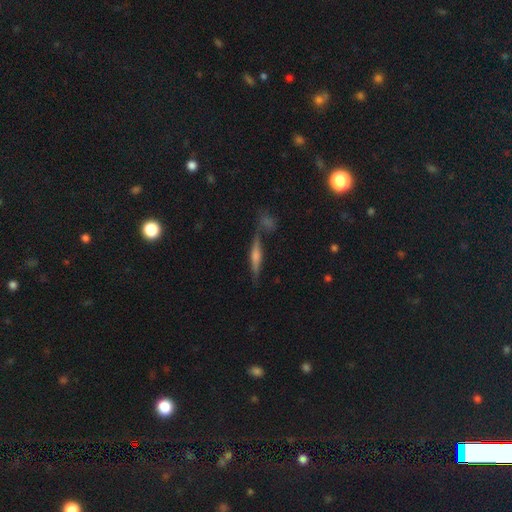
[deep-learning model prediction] This appears to be a featured or disk galaxy (66%) viewed edge-on (94%) with a rounded central bulge (71%). Merging: none (75%).